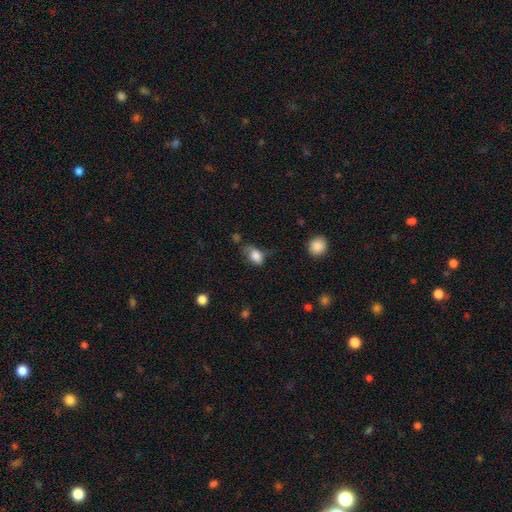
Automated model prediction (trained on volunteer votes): smooth-or-featured: smooth: 80% | featured or disk: 11% | star or artifact: 9%
  how-rounded: in between: 83% | round: 15% | cigar-shaped: 2%
  merging: minor disturbance: 37% | none: 36% | major disturbance: 22% | merger: 4%